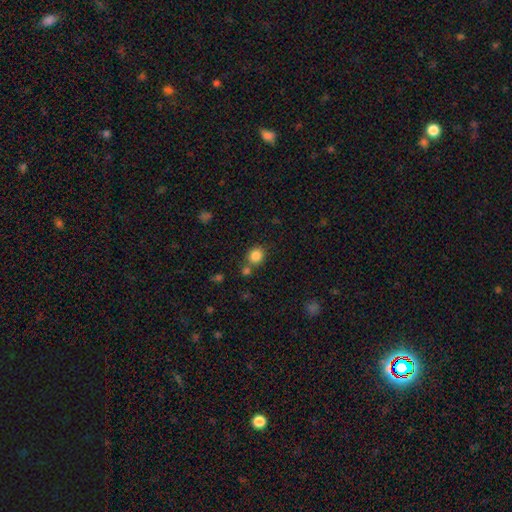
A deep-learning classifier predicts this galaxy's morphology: A smooth galaxy with no disk features (85%) that is round (84%). Merging: none (68%).